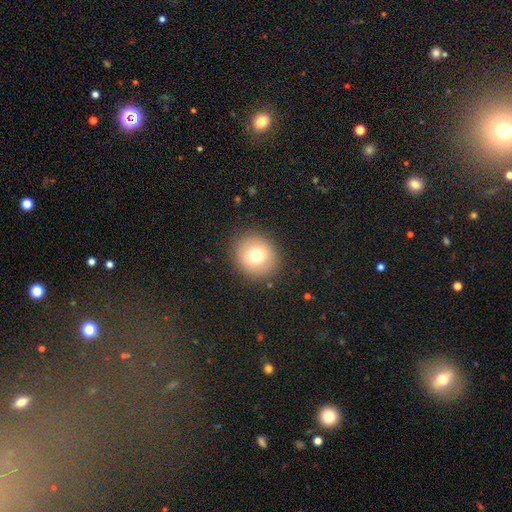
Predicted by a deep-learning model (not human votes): smooth_or_featured: smooth (p=0.75) [alt: featured or disk p=0.15]
how_rounded: round (p=0.85) [alt: in between p=0.14]
merging: none (p=0.89) [alt: minor disturbance p=0.07]